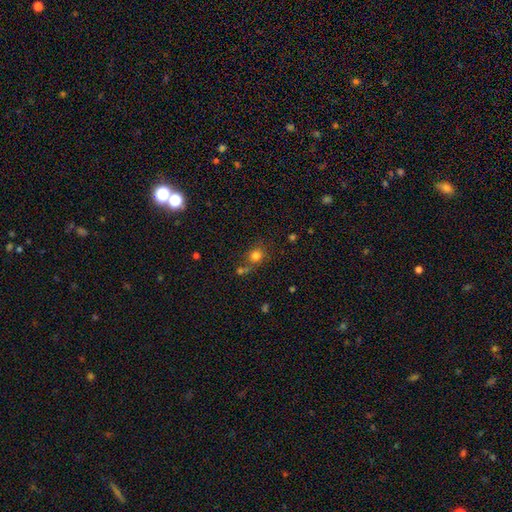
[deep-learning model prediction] A smooth galaxy with no disk features (77%) that is round (83%).

Vote fractions:
- Smooth or featured? smooth: 77% / star or artifact: 15% / featured or disk: 8%
- How rounded? round: 83% / in between: 16% / cigar-shaped: 1%
- Merging? none: 60% / merger: 20% / minor disturbance: 13% / major disturbance: 7%